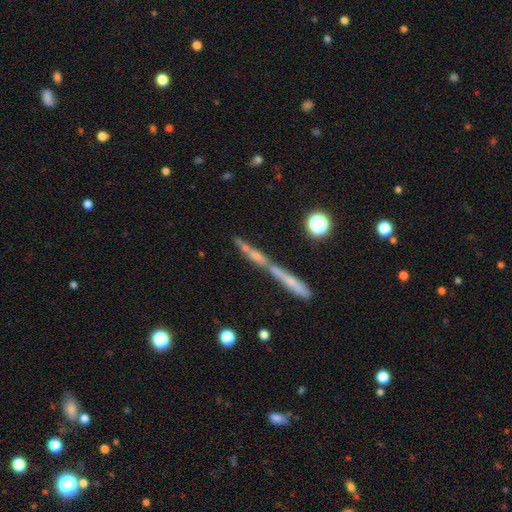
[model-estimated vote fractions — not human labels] Q: Smooth or featured?
A: featured or disk (43%); runner-up: smooth (41%)
Q: Merging?
A: merger (56%); runner-up: none (31%)